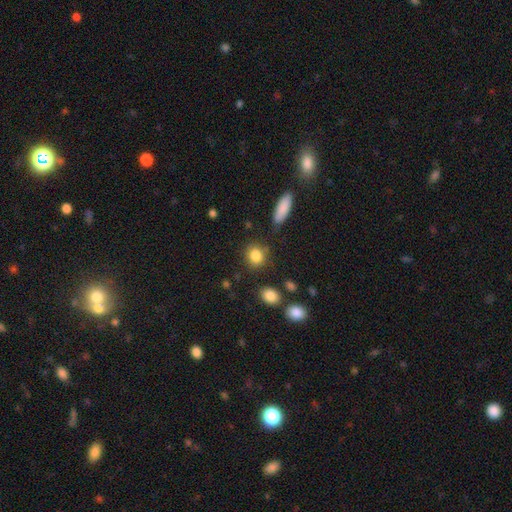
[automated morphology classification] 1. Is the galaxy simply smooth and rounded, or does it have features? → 85% smooth, 9% star or artifact, 6% featured or disk.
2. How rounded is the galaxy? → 70% round, 28% in between, 2% cigar-shaped.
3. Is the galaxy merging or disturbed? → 81% none, 11% minor disturbance, 4% merger, 3% major disturbance.